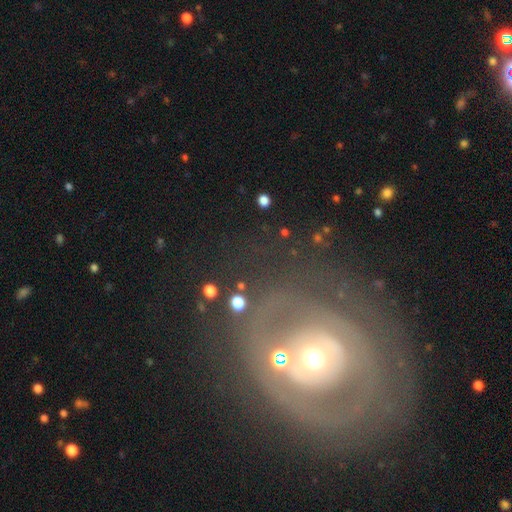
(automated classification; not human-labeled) Q: Smooth or featured?
A: featured or disk (74%); runner-up: smooth (16%)
Q: Edge-on disk?
A: no (95%); runner-up: yes (5%)
Q: Bar?
A: no (76%); runner-up: weak (15%)
Q: Spiral arms?
A: yes (54%); runner-up: no (46%)
Q: Bulge size?
A: moderate (50%); runner-up: small (37%)
Q: Merging?
A: none (68%); runner-up: minor disturbance (14%)